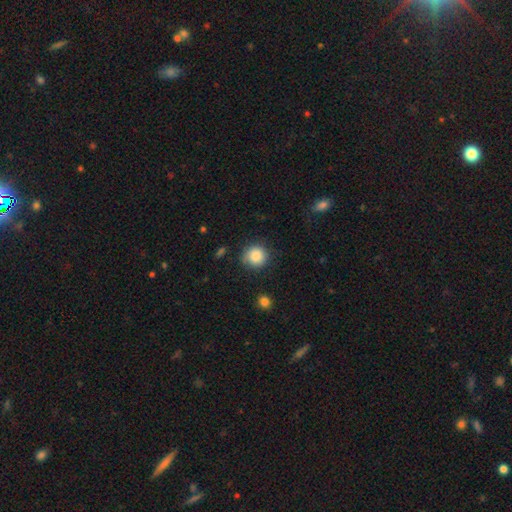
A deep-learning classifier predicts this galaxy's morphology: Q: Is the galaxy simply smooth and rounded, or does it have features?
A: smooth — 85%.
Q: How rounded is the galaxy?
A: round — 92%.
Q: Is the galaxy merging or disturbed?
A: none — 80%.